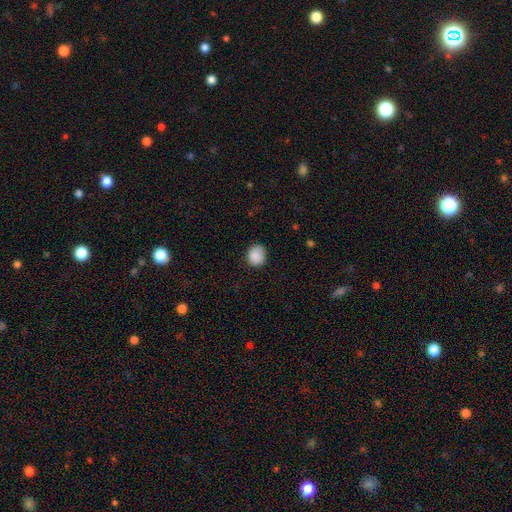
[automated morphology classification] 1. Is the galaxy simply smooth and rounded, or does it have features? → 89% smooth, 8% star or artifact, 4% featured or disk.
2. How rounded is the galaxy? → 72% round, 27% in between, 1% cigar-shaped.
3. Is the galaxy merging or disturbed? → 78% none, 18% minor disturbance, 3% major disturbance, 1% merger.